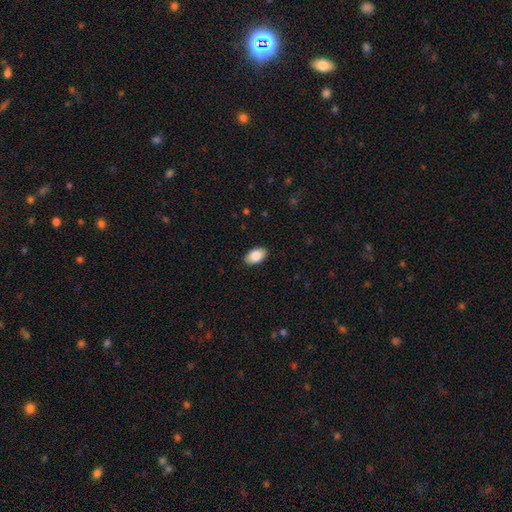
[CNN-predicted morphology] Smooth or featured? Predicted: smooth (p=0.87). How rounded? Predicted: in between (p=0.94). Merging? Predicted: none (p=0.89).